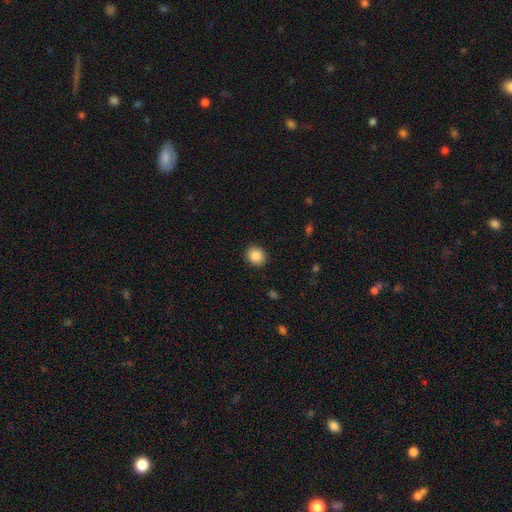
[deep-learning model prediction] Overall: smooth (87%). How rounded: round (81%). Merging: none (91%).